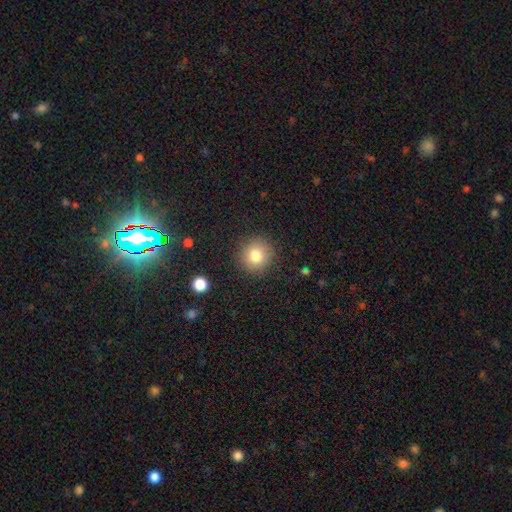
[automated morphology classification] smooth_or_featured: smooth (p=0.80) [alt: star or artifact p=0.11]
how_rounded: round (p=0.91) [alt: in between p=0.08]
merging: none (p=0.88) [alt: minor disturbance p=0.07]